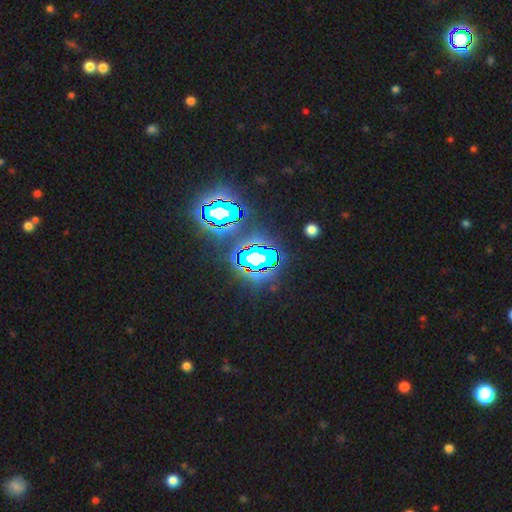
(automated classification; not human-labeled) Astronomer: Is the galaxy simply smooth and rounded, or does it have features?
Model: star or artifact — 72%.